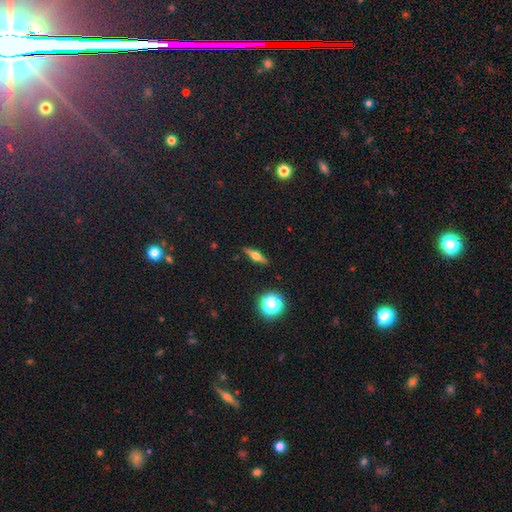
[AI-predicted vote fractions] smooth-or-featured: featured or disk: 55% | smooth: 35% | star or artifact: 10%
  disk-edge-on: yes: 93% | no: 7%
    edge-on-bulge: rounded: 93% | boxy: 4% | none: 3%
  merging: none: 89% | minor disturbance: 7% | major disturbance: 2% | merger: 1%